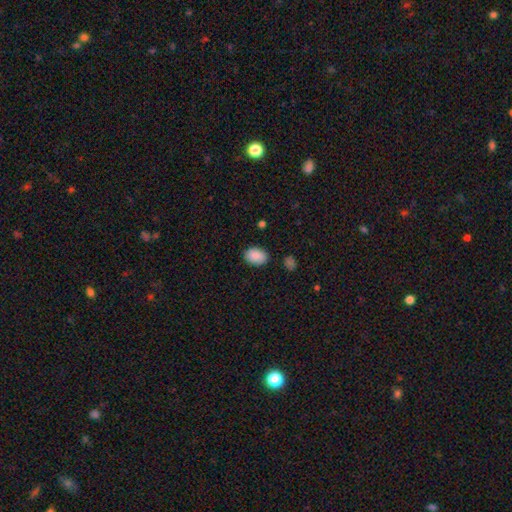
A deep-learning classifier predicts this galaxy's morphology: Smooth or featured: smooth — 89% (star or artifact — 7%)
How rounded: in between — 79% (round — 20%)
Merging: none — 83% (minor disturbance — 12%)